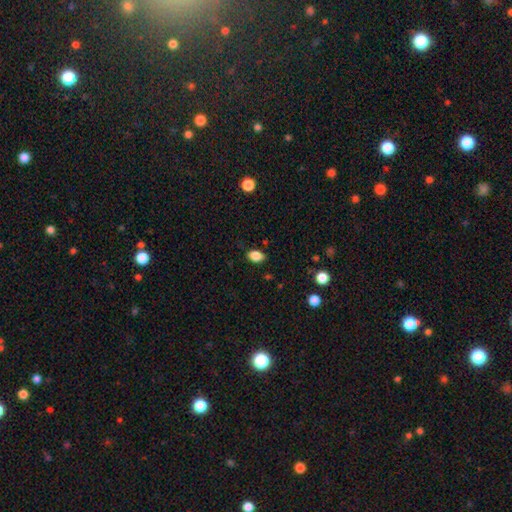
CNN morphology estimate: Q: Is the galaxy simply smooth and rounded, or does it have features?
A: smooth — 86%.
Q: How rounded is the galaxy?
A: in between — 82%.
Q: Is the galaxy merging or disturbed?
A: none — 83%.